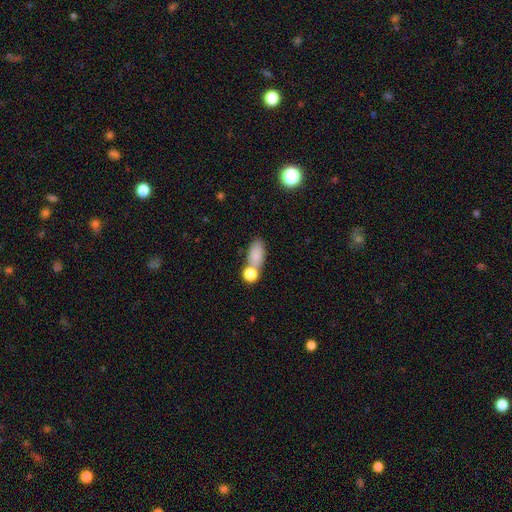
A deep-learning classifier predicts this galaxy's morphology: Smooth or featured?
  - smooth: 82% *
  - star or artifact: 10%
  - featured or disk: 9%
How rounded?
  - in between: 82% *
  - round: 9%
  - cigar-shaped: 8%
Merging?
  - none: 51% *
  - merger: 30%
  - minor disturbance: 13%
  - major disturbance: 5%